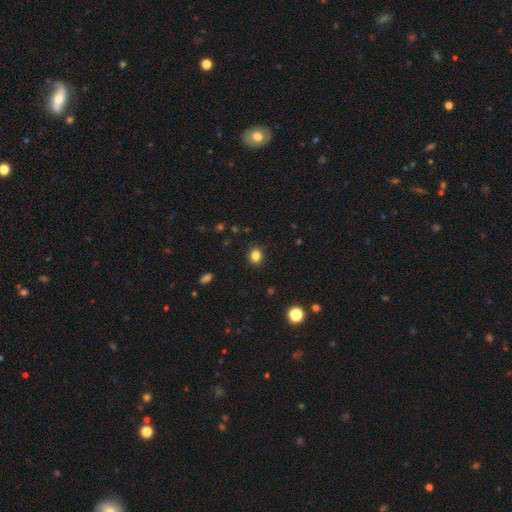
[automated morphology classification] smooth_or_featured: smooth (p=0.83) [alt: star or artifact p=0.12]
how_rounded: round (p=0.70) [alt: in between p=0.29]
merging: none (p=0.90) [alt: minor disturbance p=0.07]